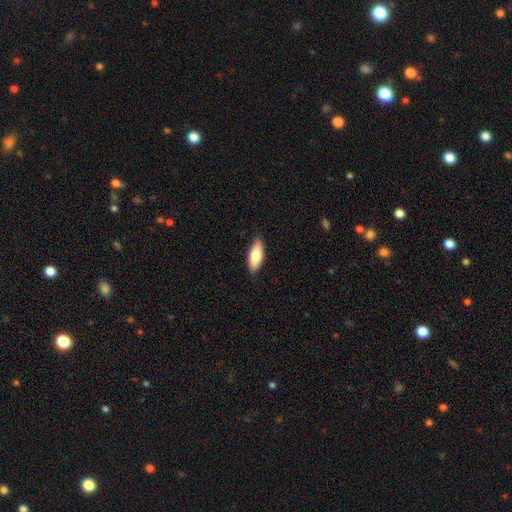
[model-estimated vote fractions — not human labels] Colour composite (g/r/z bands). It shows a smooth galaxy with no disk features (82%) that is in between round and cigar-shaped (75%). Merging: none (87%).